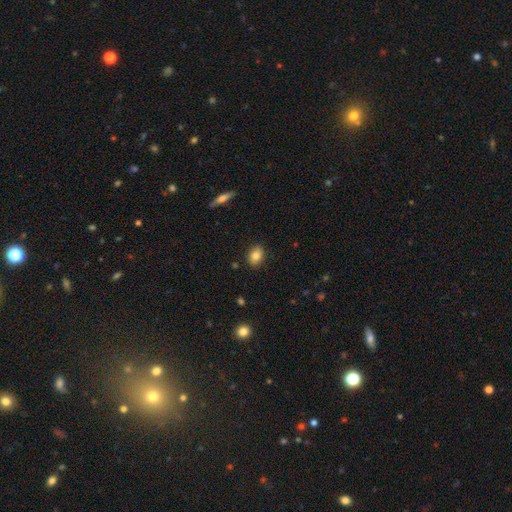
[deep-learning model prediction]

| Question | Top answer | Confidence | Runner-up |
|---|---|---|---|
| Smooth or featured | smooth | 84% | star or artifact (9%) |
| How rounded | in between | 69% | round (30%) |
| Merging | none | 87% | minor disturbance (9%) |